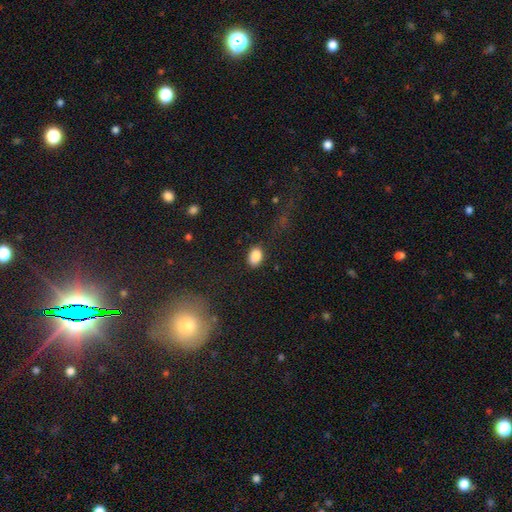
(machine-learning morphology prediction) A smooth galaxy with no disk features (87%) that is in between round and cigar-shaped (76%).

Vote fractions:
- Smooth or featured? smooth: 87% / star or artifact: 9% / featured or disk: 4%
- How rounded? in between: 76% / round: 23% / cigar-shaped: 1%
- Merging? none: 80% / minor disturbance: 14% / major disturbance: 4% / merger: 2%